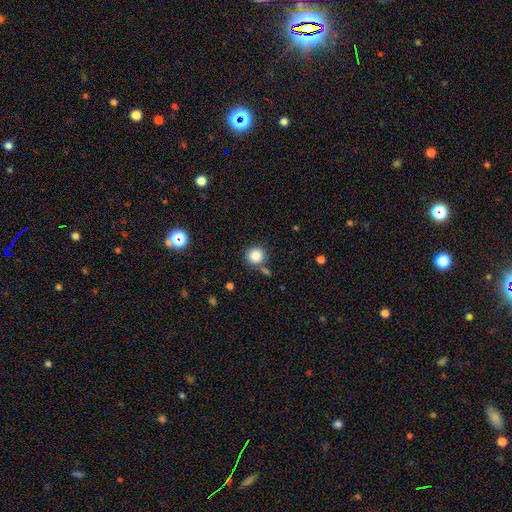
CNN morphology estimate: Smooth or featured? Predicted: smooth (p=0.86). How rounded? Predicted: round (p=0.92). Merging? Predicted: none (p=0.76).